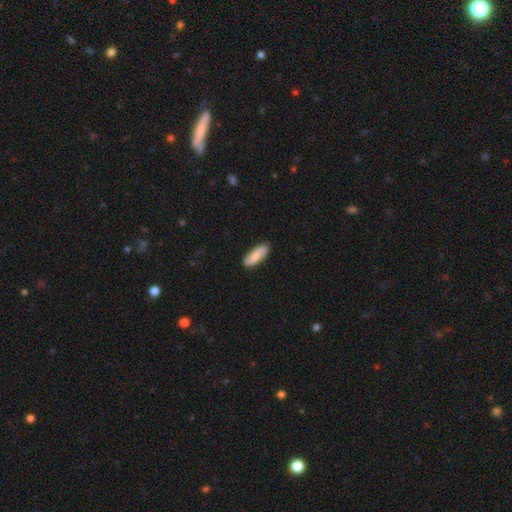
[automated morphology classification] Smooth or featured? Predicted: smooth (p=0.76). How rounded? Predicted: in between (p=0.68). Merging? Predicted: none (p=0.87).